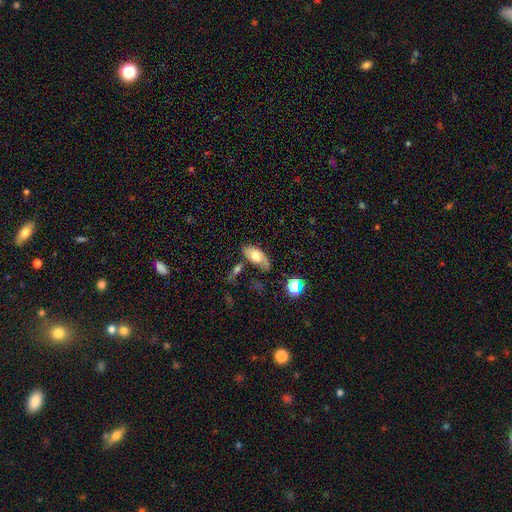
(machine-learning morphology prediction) Smooth or featured: smooth — 58% (featured or disk — 33%)
How rounded: in between — 91% (cigar-shaped — 5%)
Merging: none — 53% (minor disturbance — 25%)